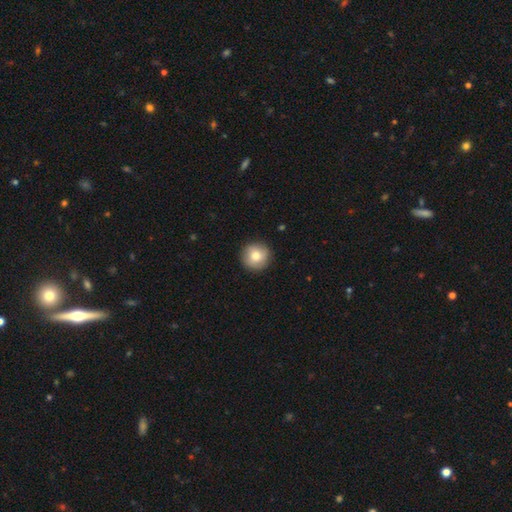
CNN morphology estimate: Smooth or featured?
  - smooth: 81% *
  - featured or disk: 12%
  - star or artifact: 8%
How rounded?
  - round: 94% *
  - in between: 5%
  - cigar-shaped: 1%
Merging?
  - none: 89% *
  - minor disturbance: 8%
  - major disturbance: 2%
  - merger: 1%